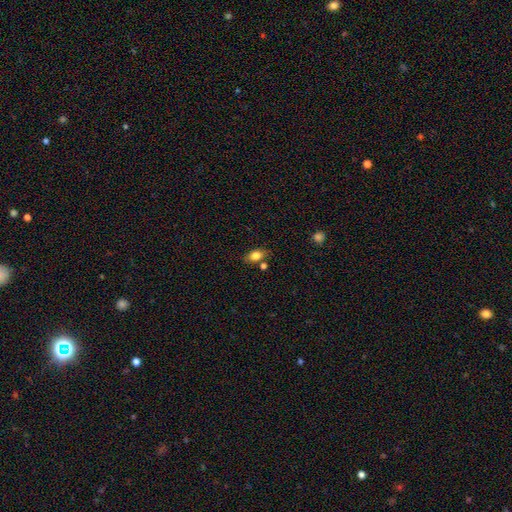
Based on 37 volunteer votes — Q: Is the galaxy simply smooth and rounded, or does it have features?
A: smooth — 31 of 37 (84%).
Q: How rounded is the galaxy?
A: in between — 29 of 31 (94%).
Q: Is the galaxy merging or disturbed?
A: none — 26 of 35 (74%).